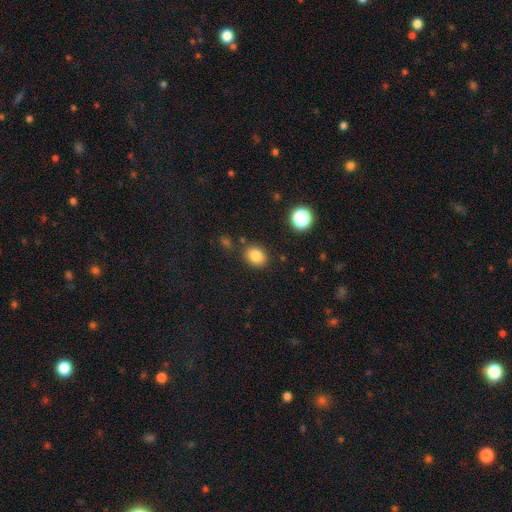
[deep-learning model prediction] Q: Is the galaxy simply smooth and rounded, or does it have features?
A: smooth — 84%.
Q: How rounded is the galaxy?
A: in between — 58%.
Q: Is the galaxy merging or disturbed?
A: none — 83%.